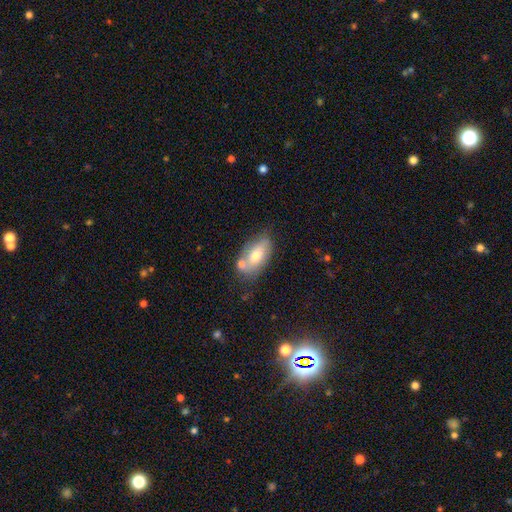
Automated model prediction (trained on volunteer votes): A smooth galaxy with no disk features (65%) that is in between round and cigar-shaped (89%). Merging: none (58%).